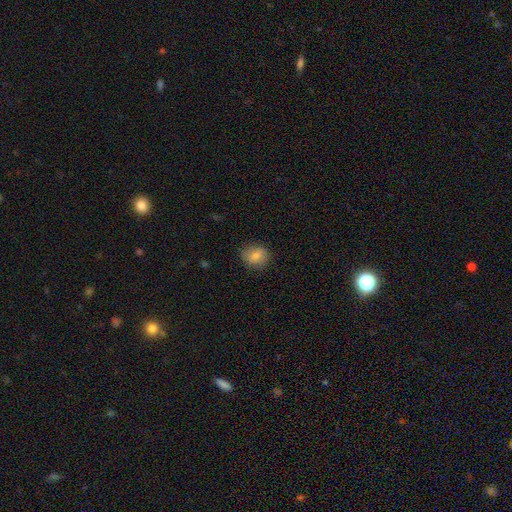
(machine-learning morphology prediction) Q: Smooth or featured?
A: smooth (75%); runner-up: featured or disk (15%)
Q: How rounded?
A: round (73%); runner-up: in between (26%)
Q: Merging?
A: none (83%); runner-up: minor disturbance (13%)